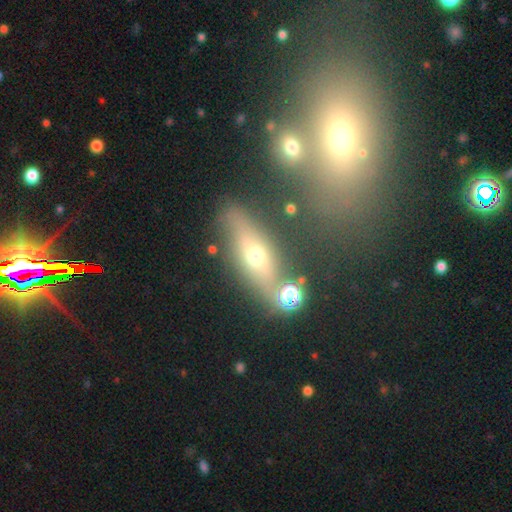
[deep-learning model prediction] A smooth galaxy with no disk features (43%).

Vote fractions:
- Smooth or featured? smooth: 43% / featured or disk: 42% / star or artifact: 15%
- Merging? none: 72% / minor disturbance: 12% / merger: 10% / major disturbance: 5%